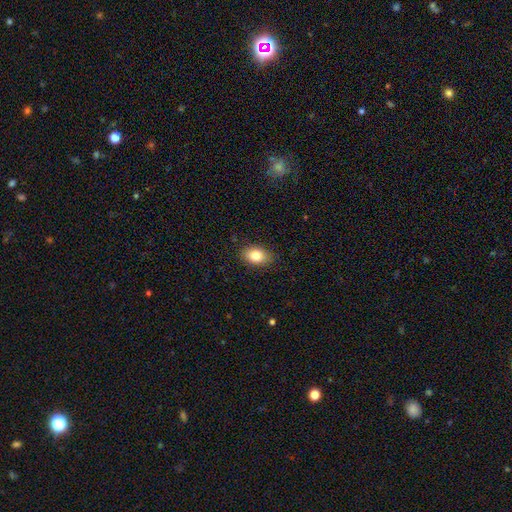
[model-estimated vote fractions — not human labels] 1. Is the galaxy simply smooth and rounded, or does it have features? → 83% smooth, 8% featured or disk, 8% star or artifact.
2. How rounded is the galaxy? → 83% in between, 16% round, 1% cigar-shaped.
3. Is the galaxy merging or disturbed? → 86% none, 11% minor disturbance, 2% major disturbance, 1% merger.